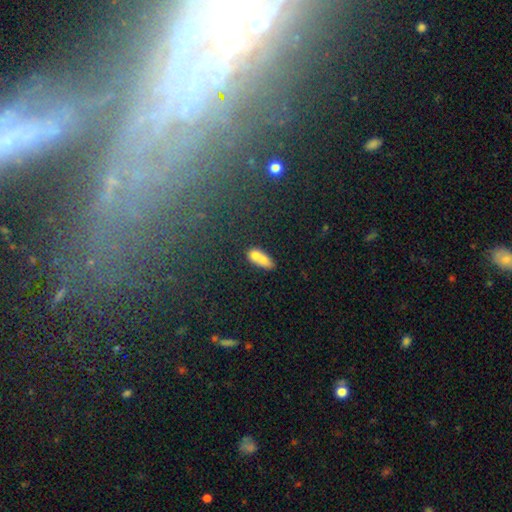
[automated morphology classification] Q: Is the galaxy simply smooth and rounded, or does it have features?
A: smooth — 69%.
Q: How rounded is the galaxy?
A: in between — 76%.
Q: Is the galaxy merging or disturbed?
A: merger — 55%.